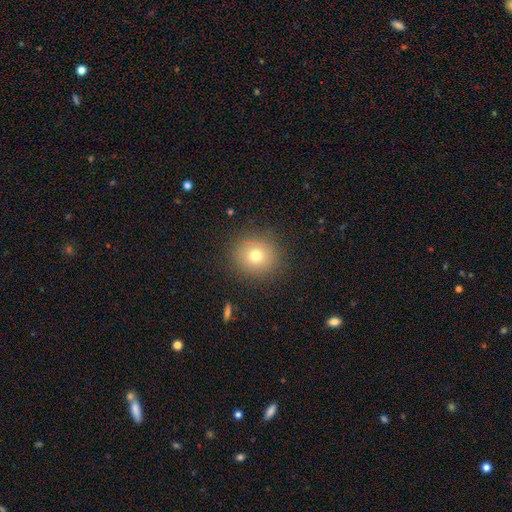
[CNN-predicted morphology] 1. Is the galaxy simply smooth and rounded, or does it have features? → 72% smooth, 15% star or artifact, 13% featured or disk.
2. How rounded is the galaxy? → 90% round, 9% in between, 1% cigar-shaped.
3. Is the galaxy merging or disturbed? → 86% none, 9% minor disturbance, 4% major disturbance, 1% merger.